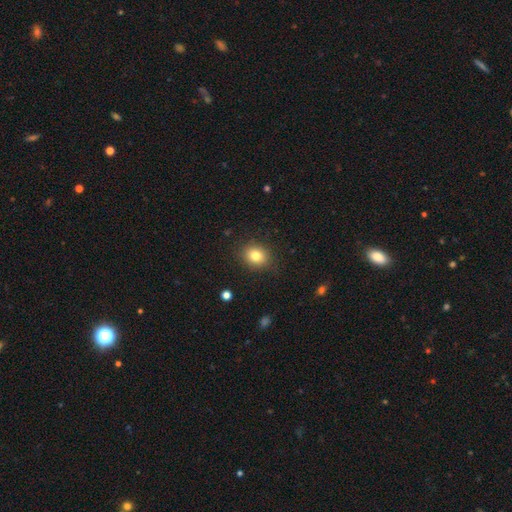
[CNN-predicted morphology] Smooth or featured: smooth — 81% (star or artifact — 11%)
How rounded: round — 59% (in between — 40%)
Merging: none — 86% (minor disturbance — 10%)